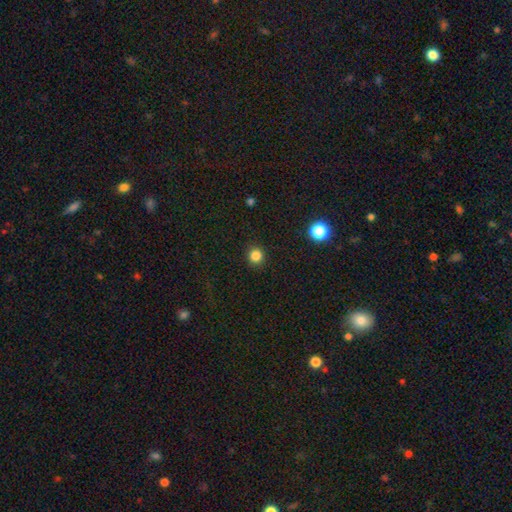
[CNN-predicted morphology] Overall: smooth (84%). How rounded: round (93%). Merging: none (92%).